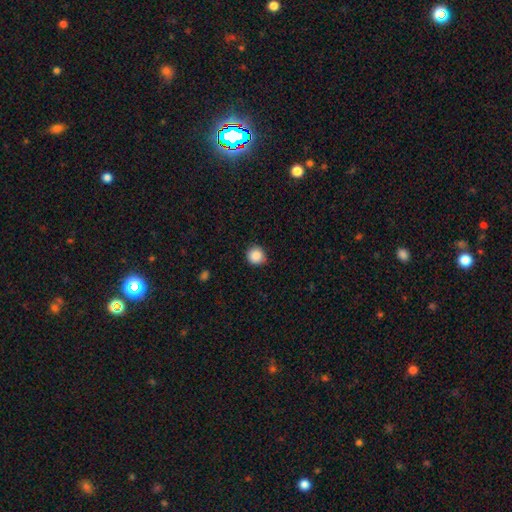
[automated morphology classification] Smooth or featured: smooth — 88% (star or artifact — 9%)
How rounded: round — 93% (in between — 6%)
Merging: none — 87% (minor disturbance — 9%)